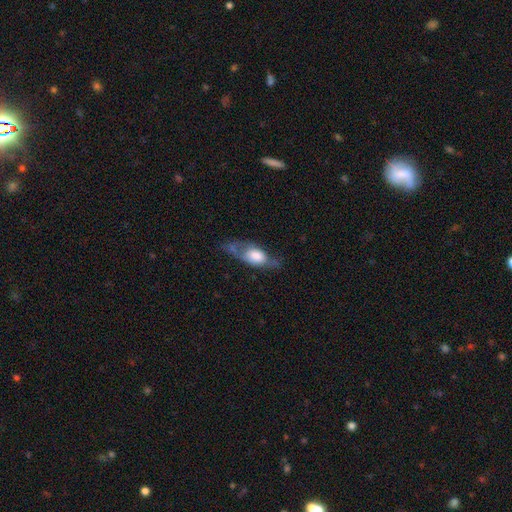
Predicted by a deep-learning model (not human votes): This appears to be a smooth galaxy with no disk features (54%) that is in between round and cigar-shaped (76%). Merging: none (44%).